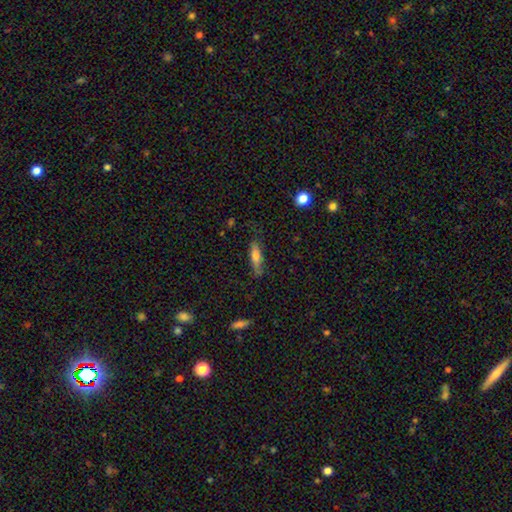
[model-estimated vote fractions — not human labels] Smooth or featured? smooth (69%)
How rounded? cigar-shaped (62%)
Merging? none (74%)